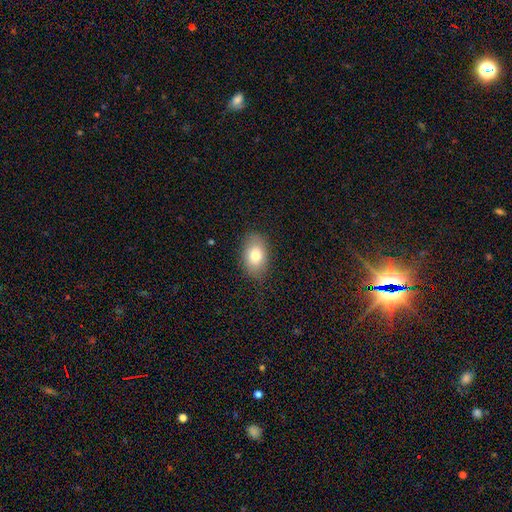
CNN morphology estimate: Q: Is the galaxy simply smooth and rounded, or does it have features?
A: smooth — 78%.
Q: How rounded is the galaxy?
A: in between — 84%.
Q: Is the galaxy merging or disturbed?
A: none — 83%.